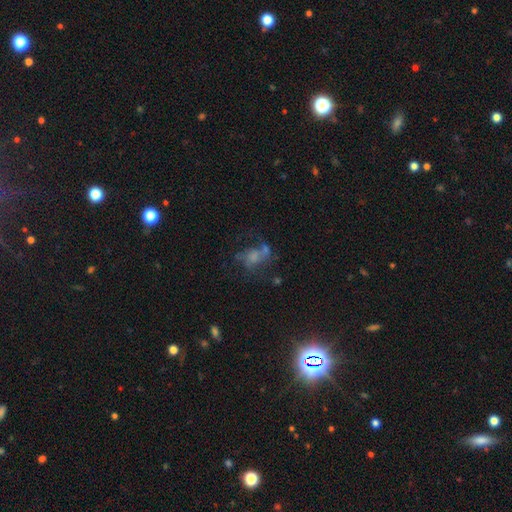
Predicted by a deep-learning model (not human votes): Smooth or featured?
  - featured or disk: 41% *
  - smooth: 33%
  - star or artifact: 26%
Merging?
  - none: 38% *
  - major disturbance: 28%
  - minor disturbance: 17%
  - merger: 16%